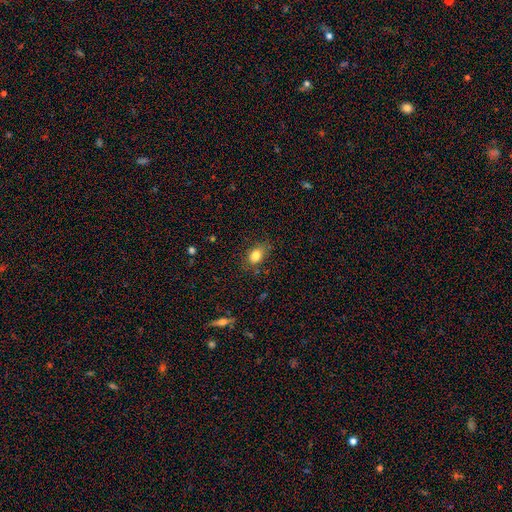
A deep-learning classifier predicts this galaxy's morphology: type=smooth (82%); roundness=in between (77%); merging=none (75%).